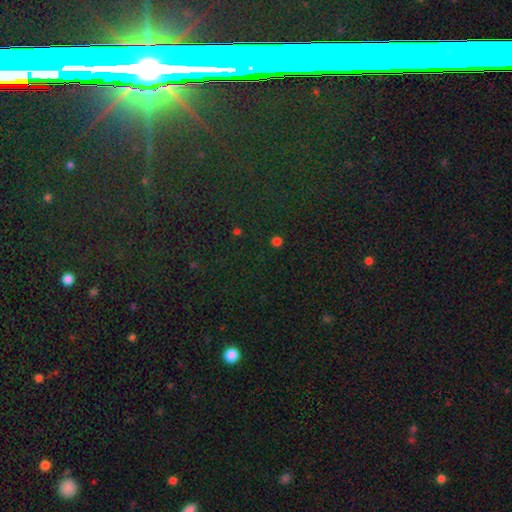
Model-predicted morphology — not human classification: Smooth or featured?
  - star or artifact: 70% *
  - featured or disk: 17%
  - smooth: 14%